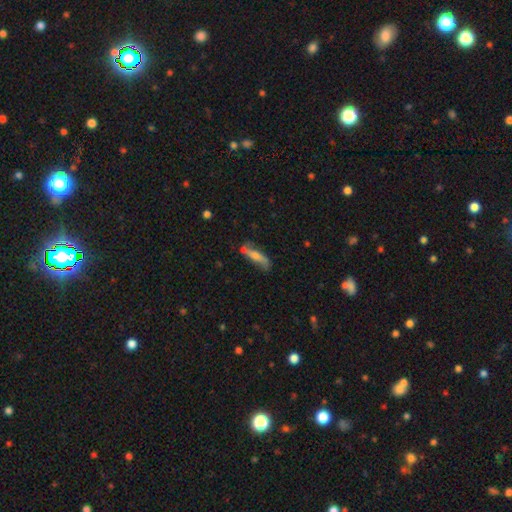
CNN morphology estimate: This appears to be a smooth galaxy with no disk features (52%) that is cigar-shaped (69%). Merging: none (54%).